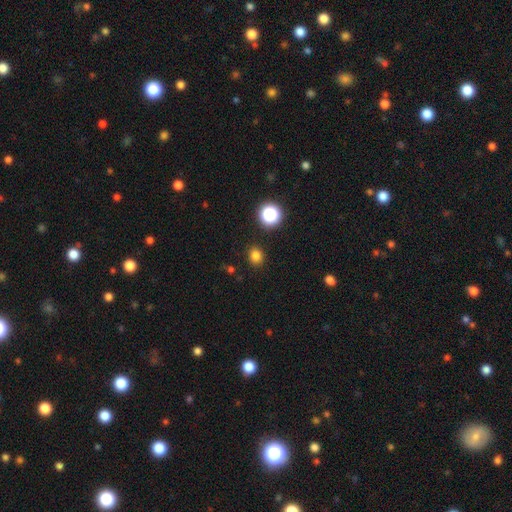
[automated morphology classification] A smooth galaxy with no disk features (79%) that is round (79%).

Vote fractions:
- Smooth or featured? smooth: 79% / star or artifact: 16% / featured or disk: 4%
- How rounded? round: 79% / in between: 20% / cigar-shaped: 1%
- Merging? none: 90% / minor disturbance: 6% / major disturbance: 2% / merger: 2%